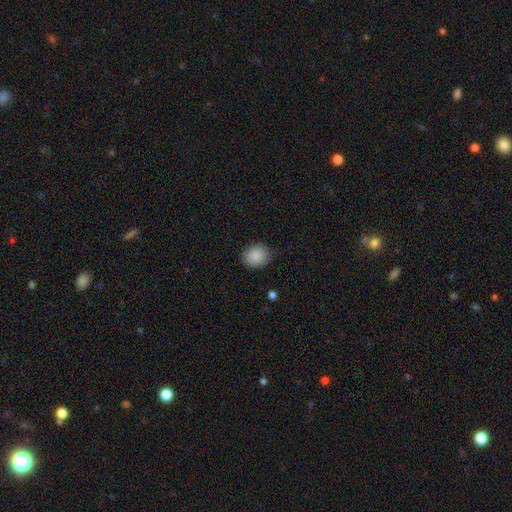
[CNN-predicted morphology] The model was most divided on "how rounded": round: 65%, in between: 34%, cigar-shaped: 1%. More confident: smooth or featured — smooth (88%); merging — none (83%).